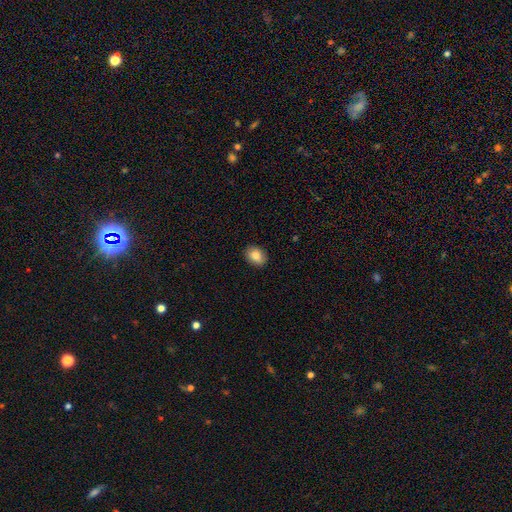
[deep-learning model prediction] Smooth or featured: smooth — 85% (star or artifact — 8%)
How rounded: in between — 63% (round — 36%)
Merging: none — 85% (minor disturbance — 11%)